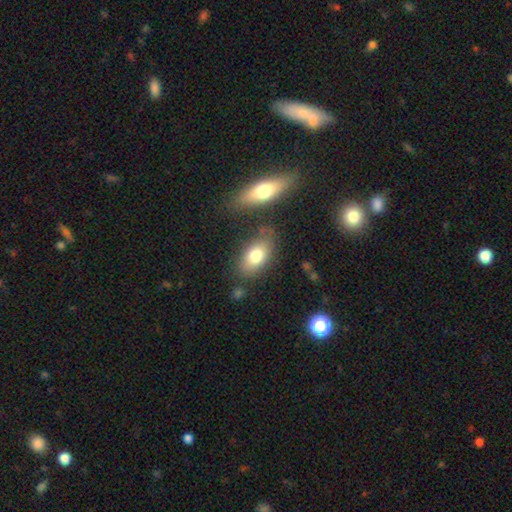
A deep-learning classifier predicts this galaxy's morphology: Q: Smooth or featured?
A: smooth (78%); runner-up: featured or disk (15%)
Q: How rounded?
A: in between (89%); runner-up: round (7%)
Q: Merging?
A: none (72%); runner-up: minor disturbance (15%)